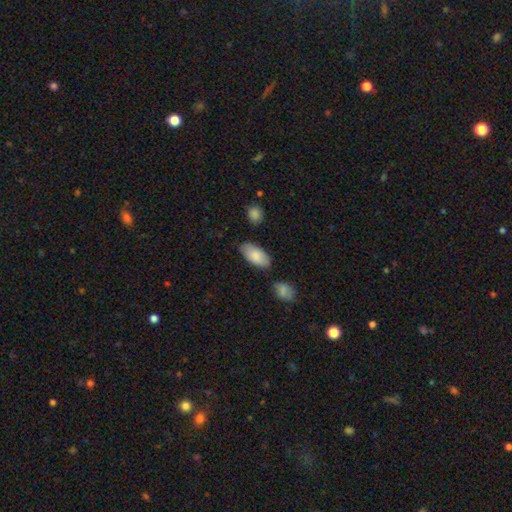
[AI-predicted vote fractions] Smooth or featured: smooth — 85% (featured or disk — 9%)
How rounded: in between — 94% (cigar-shaped — 4%)
Merging: none — 74% (minor disturbance — 17%)